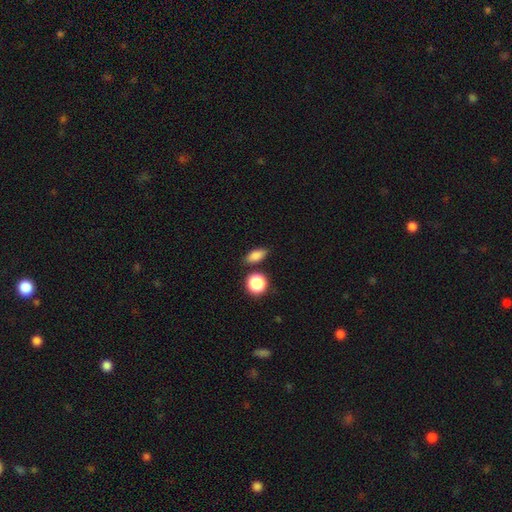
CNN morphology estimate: Overall: smooth (82%). How rounded: in between (76%). Merging: none (79%).